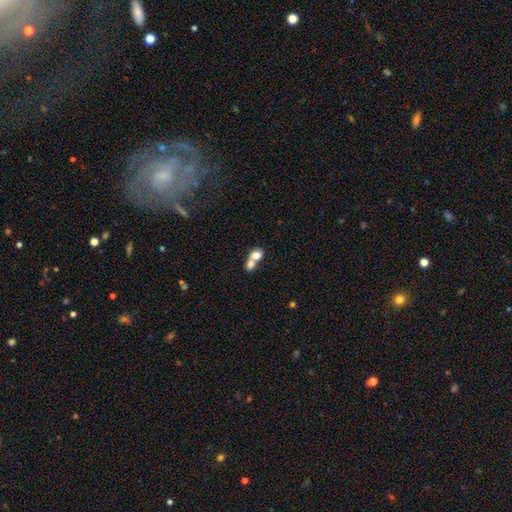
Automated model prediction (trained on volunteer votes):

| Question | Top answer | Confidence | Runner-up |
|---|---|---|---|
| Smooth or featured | smooth | 75% | featured or disk (16%) |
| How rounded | in between | 58% | round (40%) |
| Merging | merger | 70% | none (21%) |